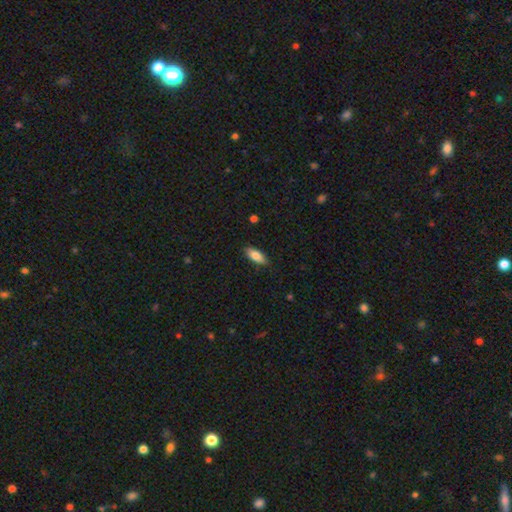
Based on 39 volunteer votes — smooth_or_featured: smooth (p=0.77) [alt: featured or disk p=0.15]
how_rounded: in between (p=0.67) [alt: cigar-shaped p=0.30]
merging: none (p=0.83) [alt: minor disturbance p=0.08]